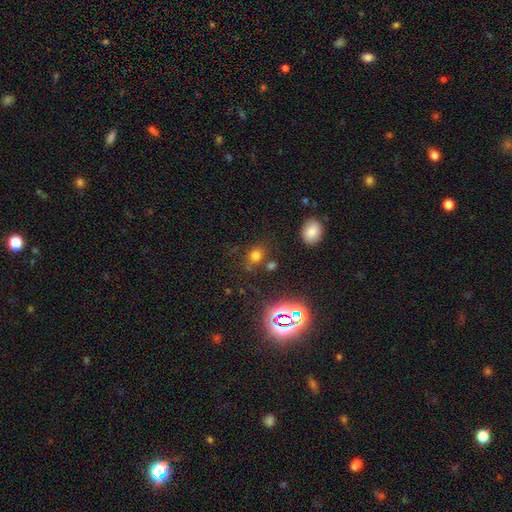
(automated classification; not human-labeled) A smooth galaxy with no disk features (66%) that is round (62%).

Vote fractions:
- Smooth or featured? smooth: 66% / star or artifact: 26% / featured or disk: 8%
- How rounded? round: 62% / in between: 37% / cigar-shaped: 2%
- Merging? none: 71% / minor disturbance: 14% / merger: 9% / major disturbance: 6%